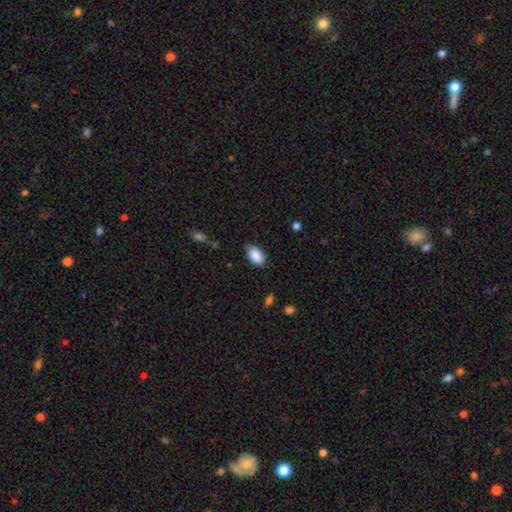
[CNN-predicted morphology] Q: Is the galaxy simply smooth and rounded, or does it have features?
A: smooth — 89%.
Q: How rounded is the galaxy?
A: in between — 92%.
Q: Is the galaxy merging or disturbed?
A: none — 78%.